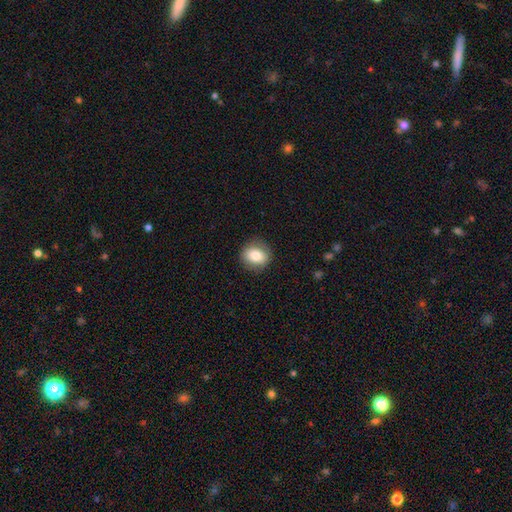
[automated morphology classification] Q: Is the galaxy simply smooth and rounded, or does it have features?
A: smooth — 79%.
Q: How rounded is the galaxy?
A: round — 65%.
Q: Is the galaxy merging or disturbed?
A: none — 86%.